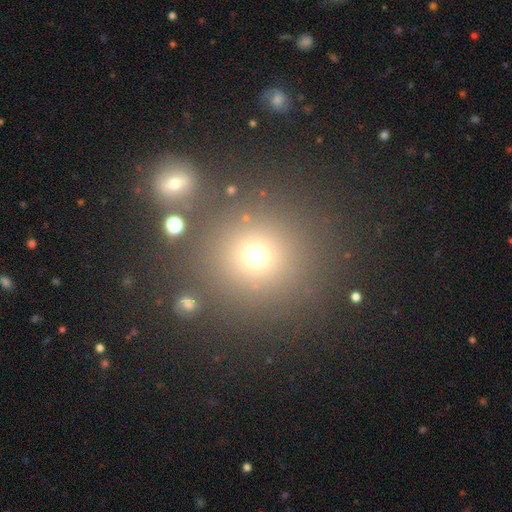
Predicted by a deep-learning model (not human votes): Morphology: type=smooth (68%); roundness=round (92%); merging=none (80%).